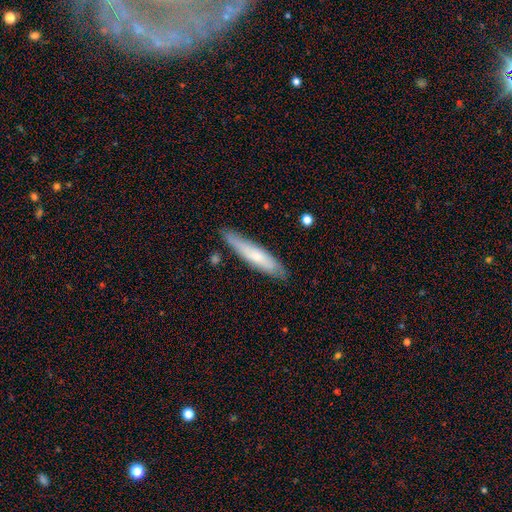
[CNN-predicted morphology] smooth 63%, featured or disk 32%, star or artifact 6%. Down the decision tree: how rounded — cigar-shaped (87%); merging — none (80%).